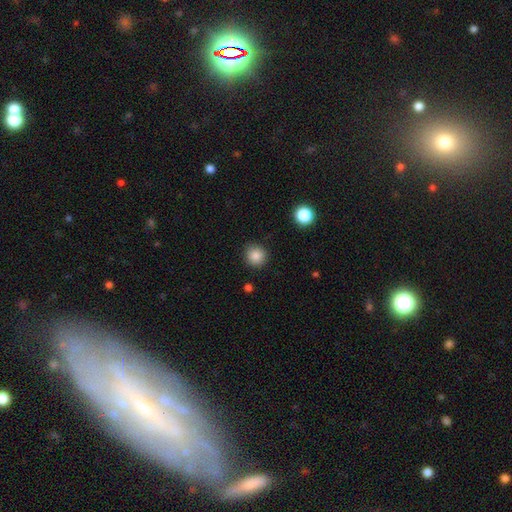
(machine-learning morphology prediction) This is clearly a smooth galaxy (86%). How rounded: clearly round (93%). Merging: clearly none (89%).